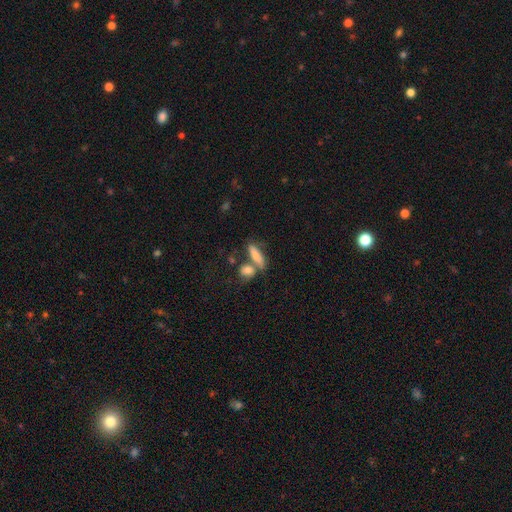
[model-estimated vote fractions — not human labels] smooth_or_featured: smooth (p=0.72) [alt: featured or disk p=0.19]
how_rounded: cigar-shaped (p=0.52) [alt: in between p=0.42]
merging: none (p=0.50) [alt: merger p=0.33]